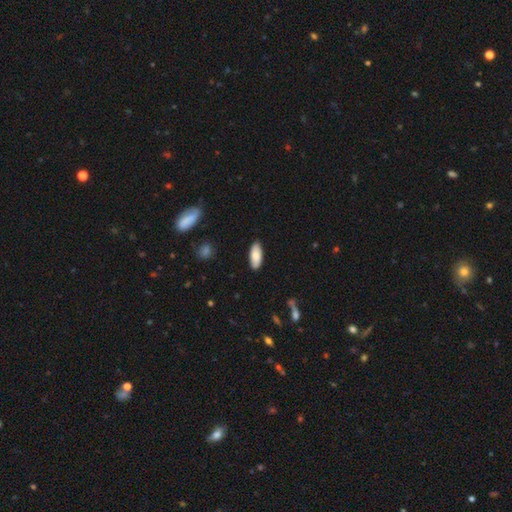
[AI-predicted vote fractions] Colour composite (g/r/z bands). It shows a smooth galaxy with no disk features (81%) that is in between round and cigar-shaped (85%). Merging: none (86%).